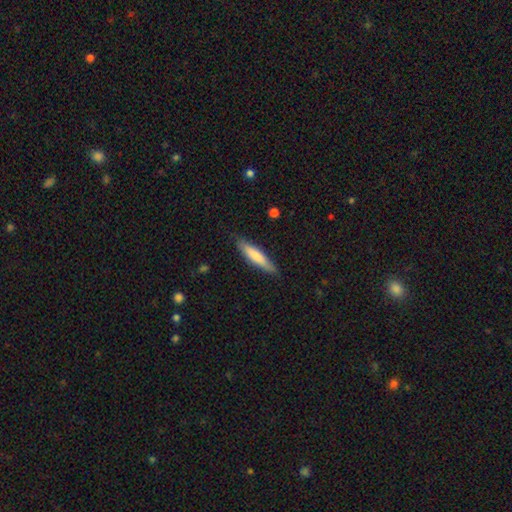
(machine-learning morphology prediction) smooth-or-featured: smooth: 74% | featured or disk: 21% | star or artifact: 5%
  how-rounded: cigar-shaped: 84% | in between: 15% | round: 1%
  merging: none: 84% | minor disturbance: 13% | major disturbance: 2% | merger: 1%